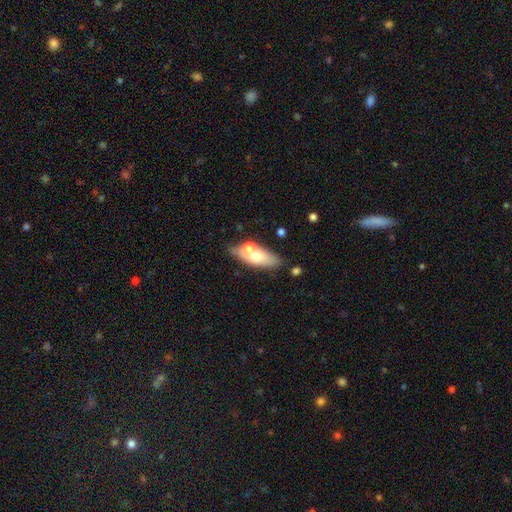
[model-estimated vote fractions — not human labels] Smooth or featured? smooth (60%)
How rounded? in between (69%)
Merging? none (56%)